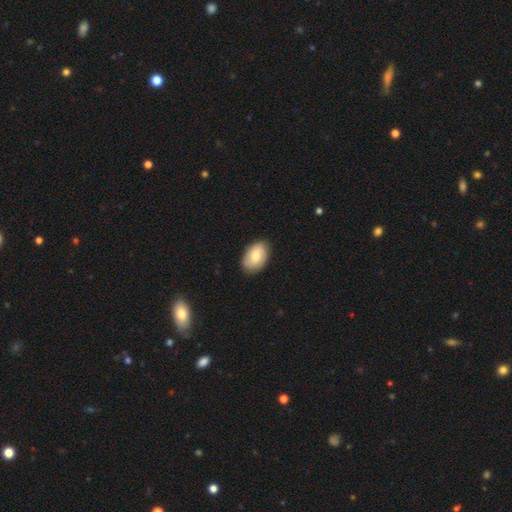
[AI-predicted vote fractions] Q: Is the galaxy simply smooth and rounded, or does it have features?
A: smooth — 71%.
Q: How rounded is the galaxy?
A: in between — 91%.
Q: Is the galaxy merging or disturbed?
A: none — 85%.